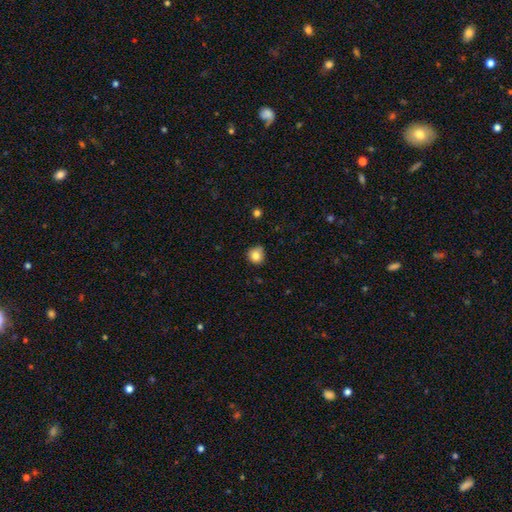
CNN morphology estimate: A smooth galaxy with no disk features (82%) that is round (87%). Merging: none (74%).